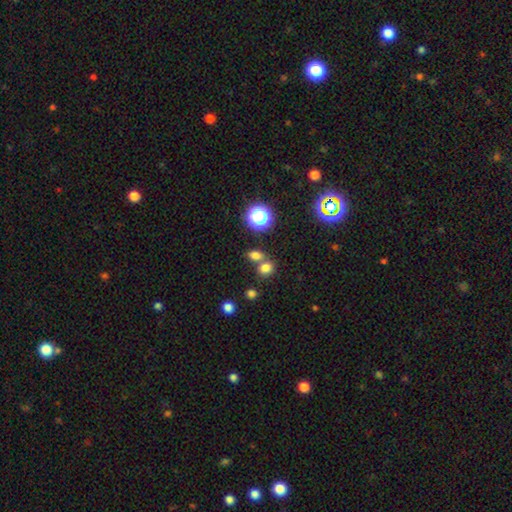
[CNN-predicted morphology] smooth 73%, star or artifact 19%, featured or disk 8%. Down the decision tree: how rounded — in between (57%); merging — none (50%).